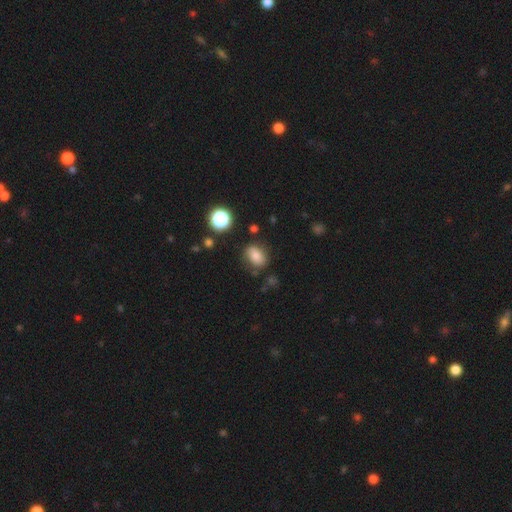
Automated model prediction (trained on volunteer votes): This appears to be a smooth galaxy with no disk features (76%) that is in between round and cigar-shaped (66%). Merging: none (72%).